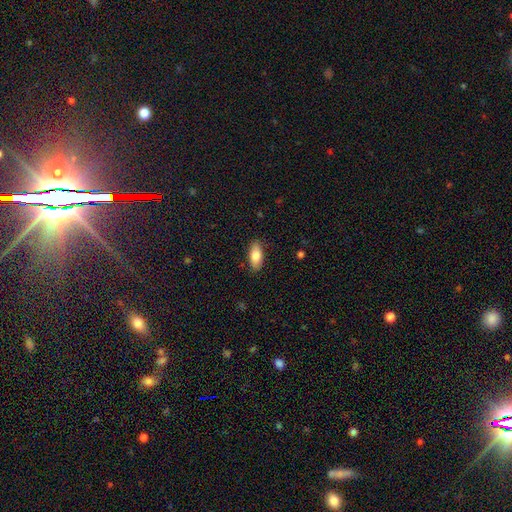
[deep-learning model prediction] Smooth or featured?
  - smooth: 82% *
  - featured or disk: 11%
  - star or artifact: 6%
How rounded?
  - in between: 85% *
  - cigar-shaped: 12%
  - round: 2%
Merging?
  - none: 86% *
  - minor disturbance: 11%
  - major disturbance: 2%
  - merger: 1%